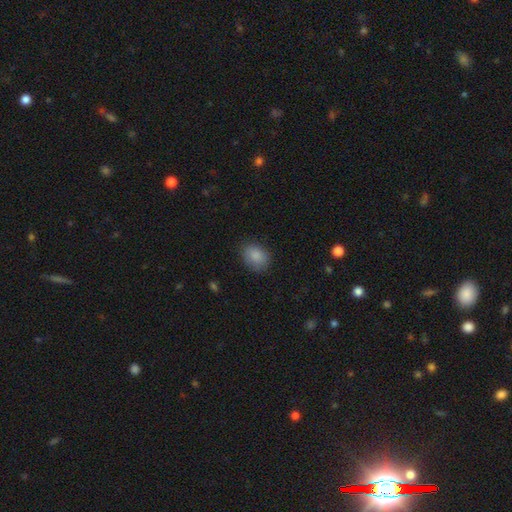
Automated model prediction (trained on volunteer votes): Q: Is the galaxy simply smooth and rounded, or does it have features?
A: smooth — 87%.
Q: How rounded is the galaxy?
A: in between — 62%.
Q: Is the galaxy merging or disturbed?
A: none — 81%.